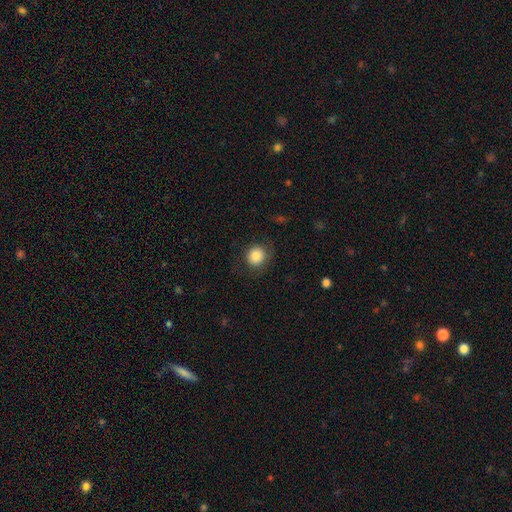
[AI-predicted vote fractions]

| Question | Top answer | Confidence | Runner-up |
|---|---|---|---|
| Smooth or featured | smooth | 84% | star or artifact (9%) |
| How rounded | round | 87% | in between (12%) |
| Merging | none | 83% | minor disturbance (11%) |